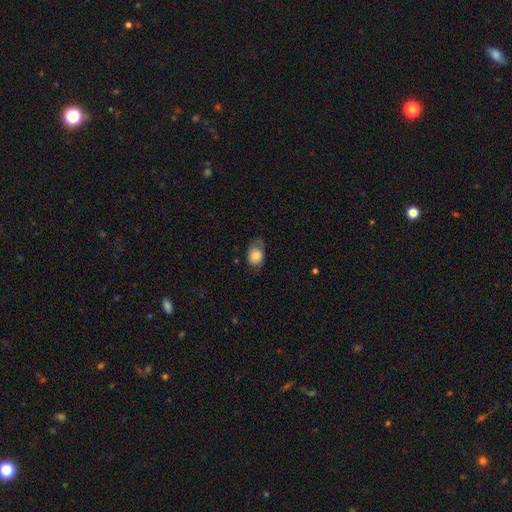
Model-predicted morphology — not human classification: Smooth or featured? Predicted: smooth (p=0.74). How rounded? Predicted: in between (p=0.79). Merging? Predicted: none (p=0.58).